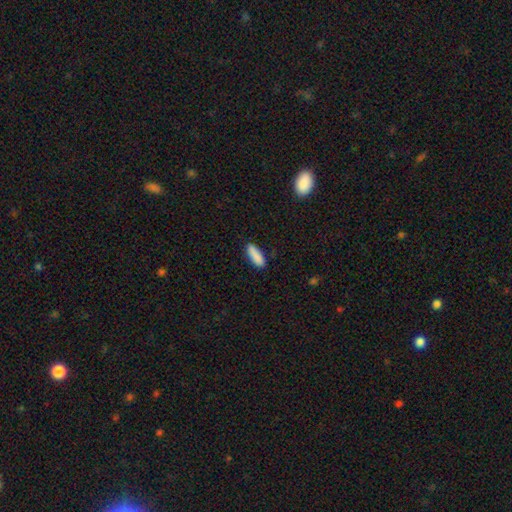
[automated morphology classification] Smooth or featured?
  - smooth: 89% *
  - star or artifact: 7%
  - featured or disk: 5%
How rounded?
  - in between: 53% *
  - cigar-shaped: 46%
  - round: 2%
Merging?
  - none: 84% *
  - minor disturbance: 13%
  - major disturbance: 2%
  - merger: 1%